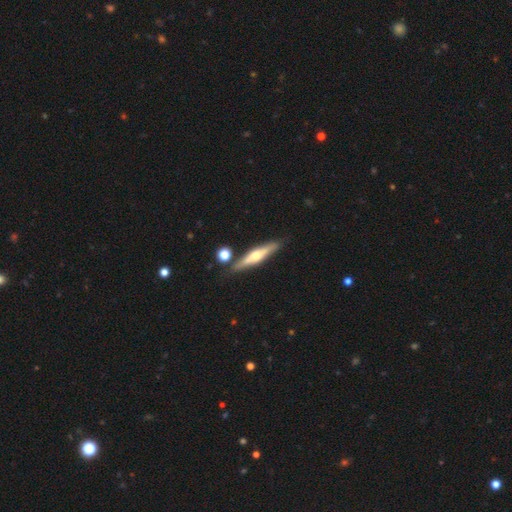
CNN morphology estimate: featured or disk 61%, smooth 33%, star or artifact 6%. Down the decision tree: edge-on disk — yes (94%); edge-on bulge — rounded (90%); merging — none (81%).